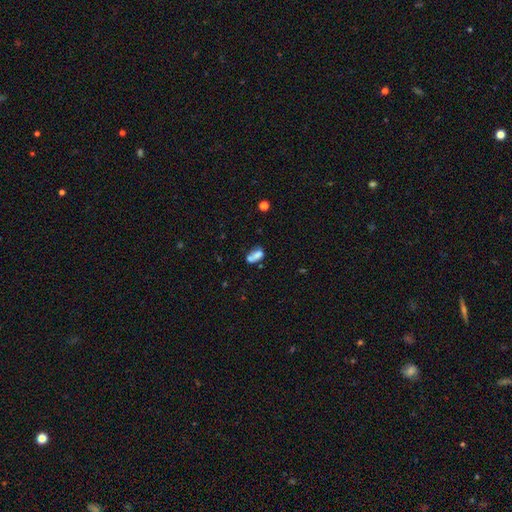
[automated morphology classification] Smooth or featured: smooth — 68% (featured or disk — 20%)
How rounded: in between — 82% (round — 11%)
Merging: merger — 40% (none — 31%)